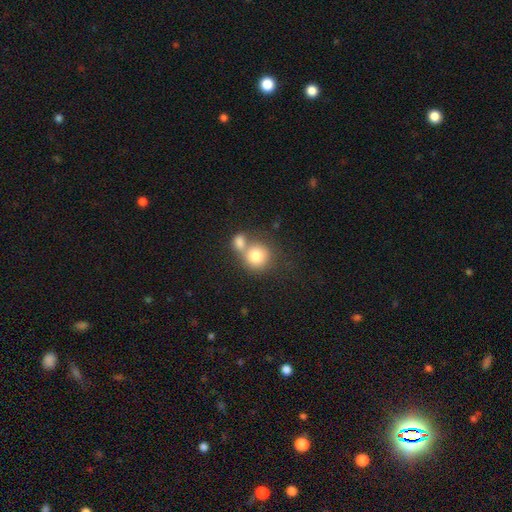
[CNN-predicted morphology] smooth-or-featured: smooth: 78% | featured or disk: 13% | star or artifact: 10%
  how-rounded: round: 85% | in between: 14% | cigar-shaped: 1%
  merging: merger: 51% | none: 36% | minor disturbance: 8% | major disturbance: 4%